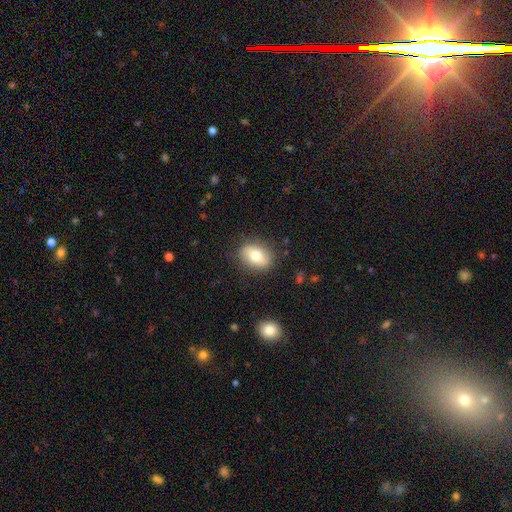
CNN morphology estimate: Overall: smooth (73%). How rounded: in between (73%). Merging: none (85%).